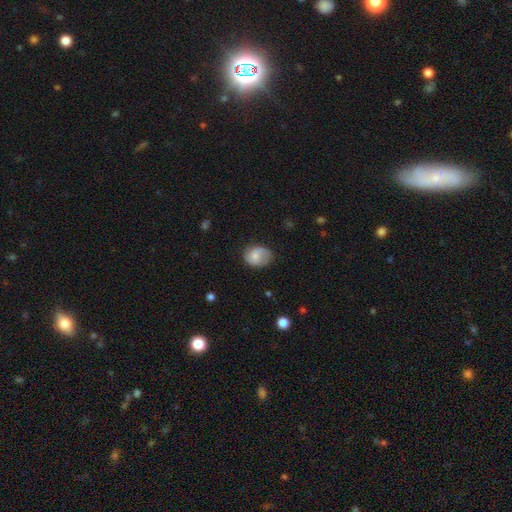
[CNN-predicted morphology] Smooth or featured: smooth — 66% (featured or disk — 26%)
How rounded: in between — 50% (round — 49%)
Merging: none — 63% (minor disturbance — 26%)